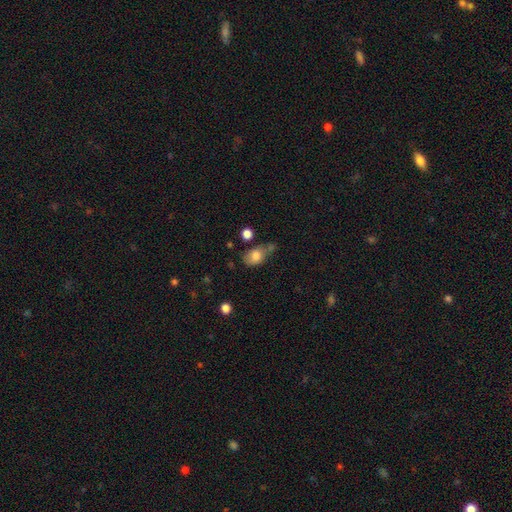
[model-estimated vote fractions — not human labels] Morphology: type=smooth (78%); roundness=in between (80%); merging=none (42%).